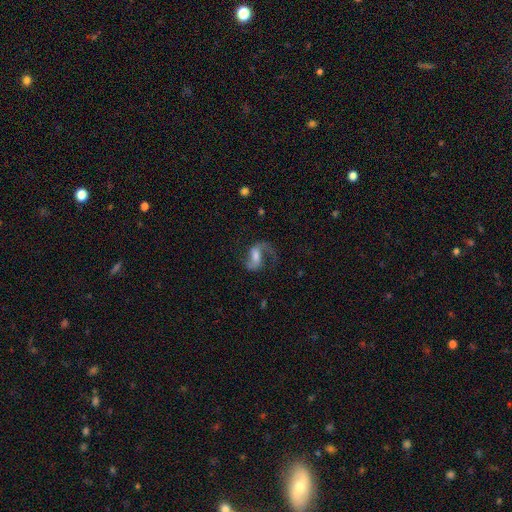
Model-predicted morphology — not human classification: Smooth or featured: featured or disk — 76% (smooth — 17%)
Edge-on disk: no — 96% (yes — 4%)
Bar: weak — 45% (strong — 30%)
Spiral arms: yes — 92% (no — 8%)
Spiral winding: loose — 55% (medium — 38%)
Spiral arm count: 2 — 80% (1 — 14%)
Bulge size: moderate — 46% (small — 23%)
Merging: none — 56% (major disturbance — 25%)